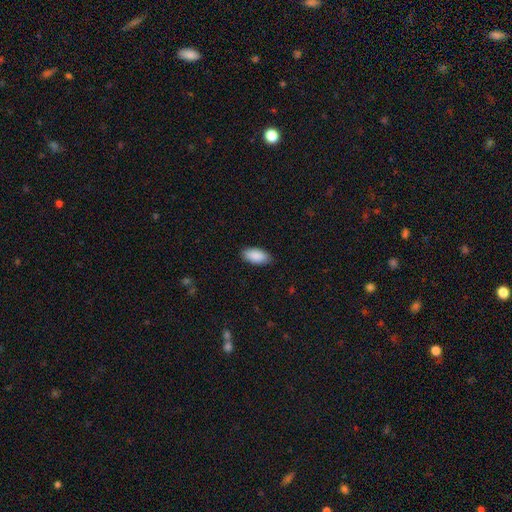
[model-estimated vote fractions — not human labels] smooth-or-featured: smooth: 91% | star or artifact: 6% | featured or disk: 4%
  how-rounded: in between: 94% | cigar-shaped: 4% | round: 2%
  merging: none: 86% | minor disturbance: 11% | major disturbance: 2% | merger: 1%